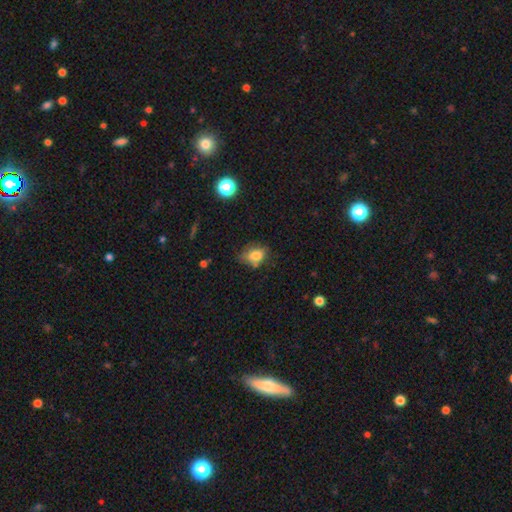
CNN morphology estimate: The model was most divided on "merging": none: 54%, minor disturbance: 31%, major disturbance: 9%, merger: 6%. More confident: smooth or featured — smooth (78%); how rounded — in between (73%).